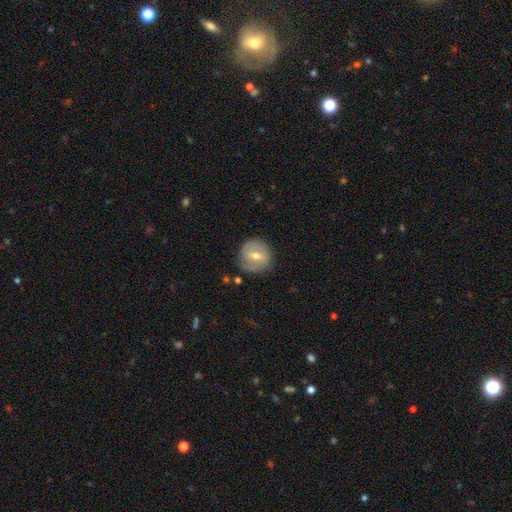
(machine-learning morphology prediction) This appears to be a featured or disk galaxy (48%). Merging: none (81%).